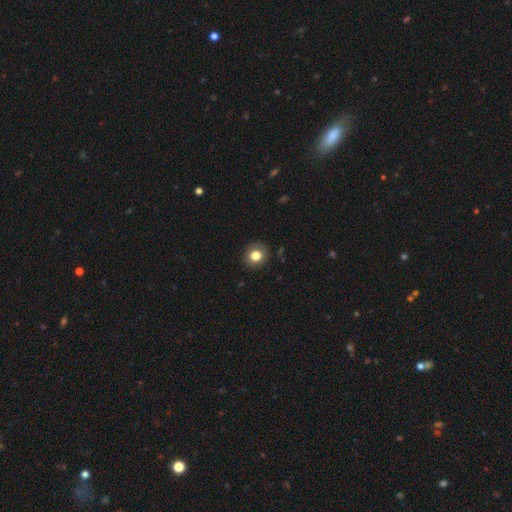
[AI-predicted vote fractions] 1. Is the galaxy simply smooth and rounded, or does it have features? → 81% smooth, 10% star or artifact, 9% featured or disk.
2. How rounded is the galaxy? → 82% round, 17% in between, 1% cigar-shaped.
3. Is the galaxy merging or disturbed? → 88% none, 9% minor disturbance, 2% major disturbance, 1% merger.